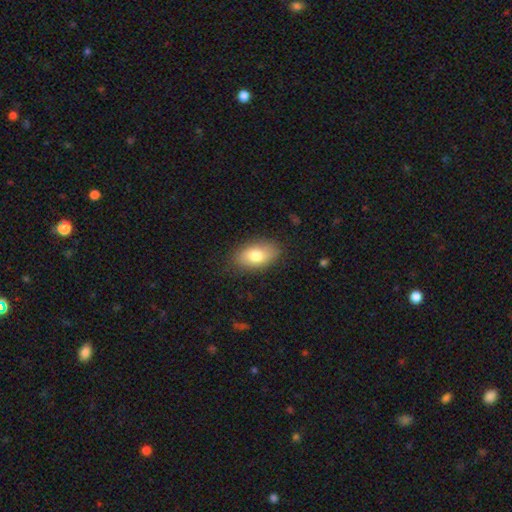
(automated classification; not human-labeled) smooth_or_featured: smooth (p=0.78) [alt: featured or disk p=0.15]
how_rounded: in between (p=0.91) [alt: round p=0.07]
merging: none (p=0.83) [alt: minor disturbance p=0.12]